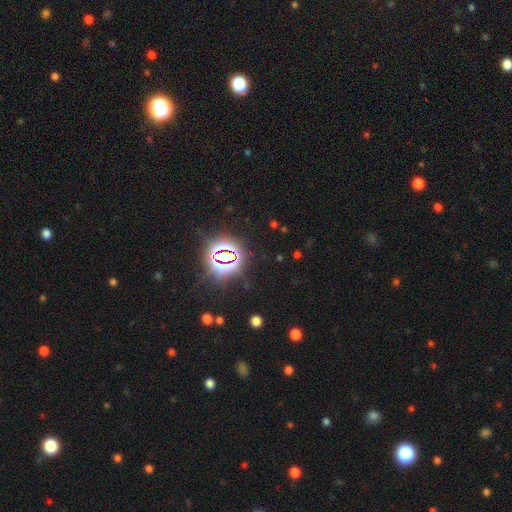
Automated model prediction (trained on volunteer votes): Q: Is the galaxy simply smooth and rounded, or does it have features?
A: star or artifact — 81%.